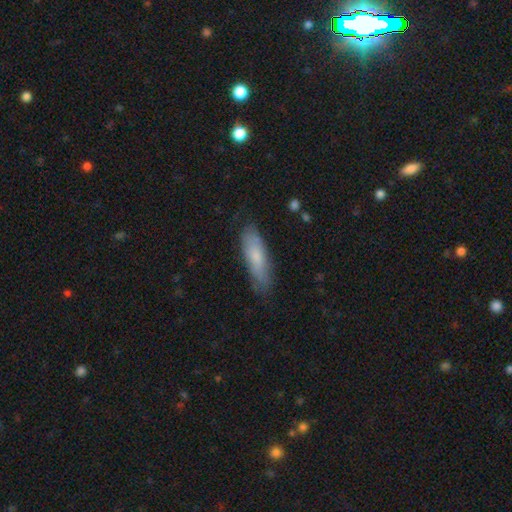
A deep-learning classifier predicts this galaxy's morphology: This appears to be a smooth galaxy with no disk features (72%) that is cigar-shaped (55%). Merging: none (76%).